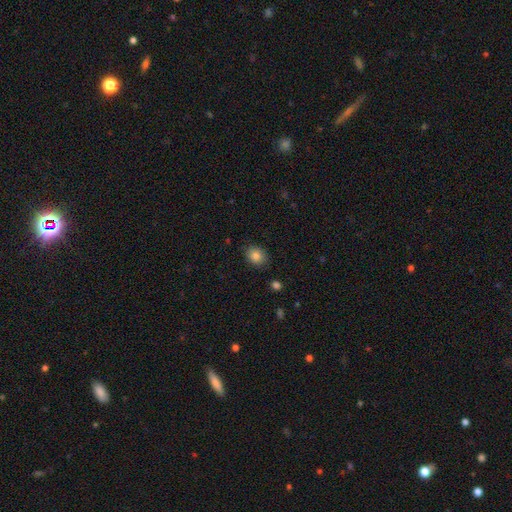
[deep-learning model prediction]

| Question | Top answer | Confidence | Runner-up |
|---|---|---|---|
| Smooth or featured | smooth | 85% | star or artifact (9%) |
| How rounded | round | 54% | in between (45%) |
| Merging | none | 85% | minor disturbance (11%) |